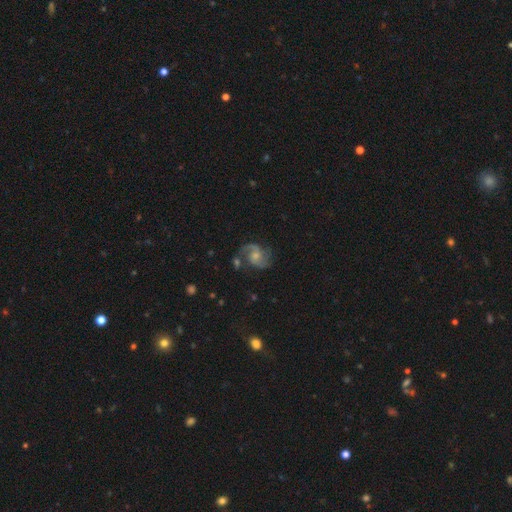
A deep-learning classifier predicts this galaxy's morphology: Smooth or featured?
  - featured or disk: 82% *
  - smooth: 11%
  - star or artifact: 7%
Edge-on disk?
  - no: 98% *
  - yes: 2%
Bar?
  - no: 58% *
  - weak: 36%
  - strong: 5%
Spiral arms?
  - yes: 96% *
  - no: 4%
Spiral winding?
  - medium: 51% *
  - loose: 34%
  - tight: 15%
Spiral arm count?
  - 2: 83% *
  - can't tell: 5%
  - 3: 4%
  - 1: 4%
  - 4: 2%
  - more than 4: 1%
Bulge size?
  - small: 45% *
  - moderate: 40%
  - none: 9%
  - large: 4%
  - dominant: 1%
Merging?
  - none: 61% *
  - minor disturbance: 19%
  - major disturbance: 12%
  - merger: 8%